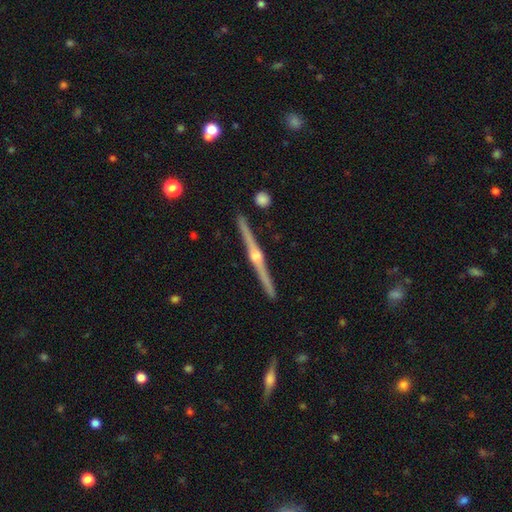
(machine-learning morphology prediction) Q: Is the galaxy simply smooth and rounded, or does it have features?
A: featured or disk — 83%.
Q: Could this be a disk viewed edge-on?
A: yes — 98%.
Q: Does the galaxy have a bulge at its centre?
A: rounded — 89%.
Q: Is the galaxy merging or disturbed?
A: none — 88%.